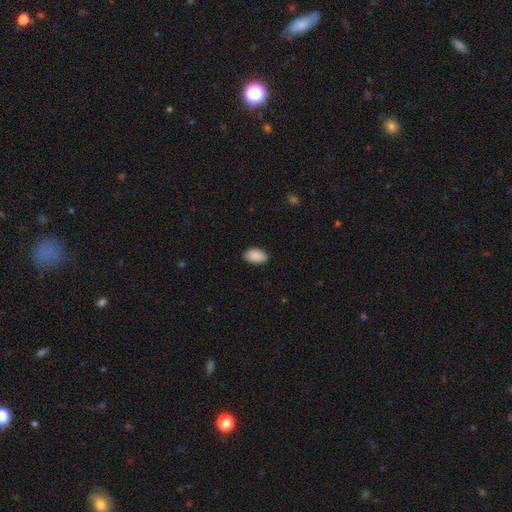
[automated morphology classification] This appears to be a smooth galaxy with no disk features (90%) that is in between round and cigar-shaped (92%). Merging: none (86%).